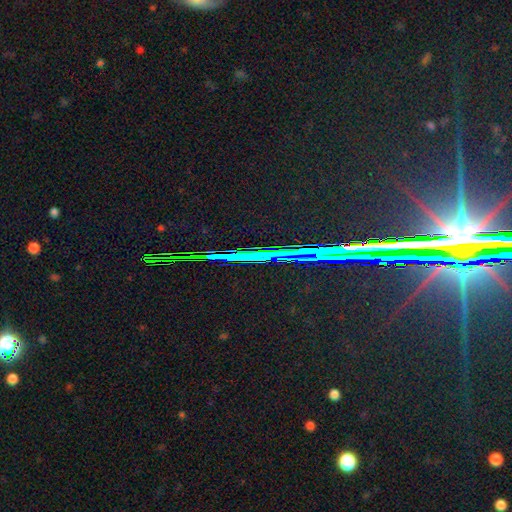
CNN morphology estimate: The model was most divided on "smooth or featured": star or artifact: 82%, featured or disk: 11%, smooth: 7%.